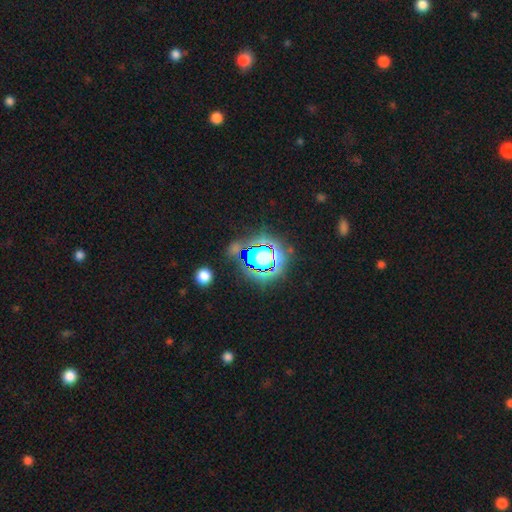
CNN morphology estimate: smooth_or_featured: star or artifact (p=0.80) [alt: smooth p=0.12]